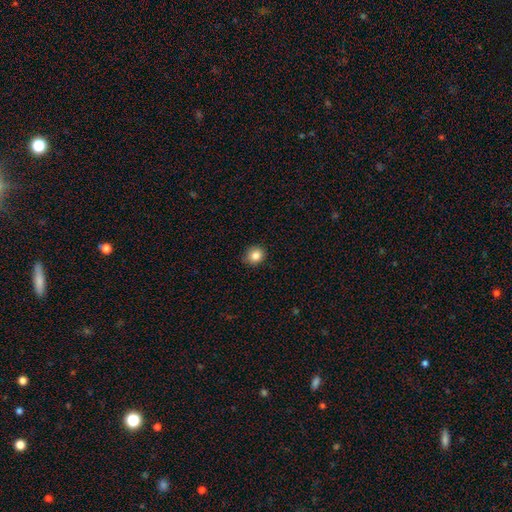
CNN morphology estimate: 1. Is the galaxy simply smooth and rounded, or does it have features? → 84% smooth, 11% star or artifact, 6% featured or disk.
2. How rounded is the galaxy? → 83% round, 16% in between, 1% cigar-shaped.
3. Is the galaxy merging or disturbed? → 85% none, 12% minor disturbance, 2% major disturbance, 1% merger.